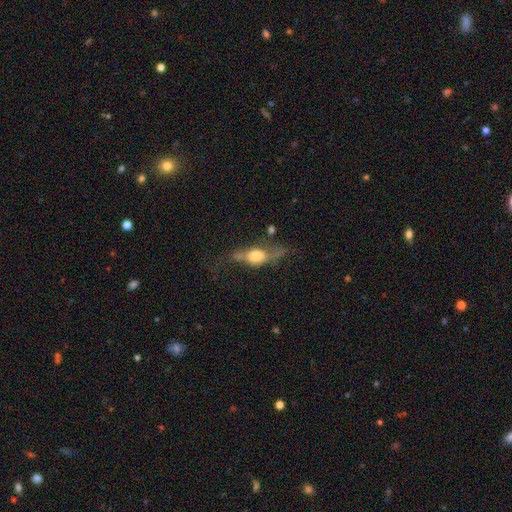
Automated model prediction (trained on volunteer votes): smooth_or_featured: featured or disk (p=0.52) [alt: smooth p=0.39]
disk_edge_on: yes (p=0.68) [alt: no p=0.32]
merging: none (p=0.43) [alt: major disturbance p=0.27]